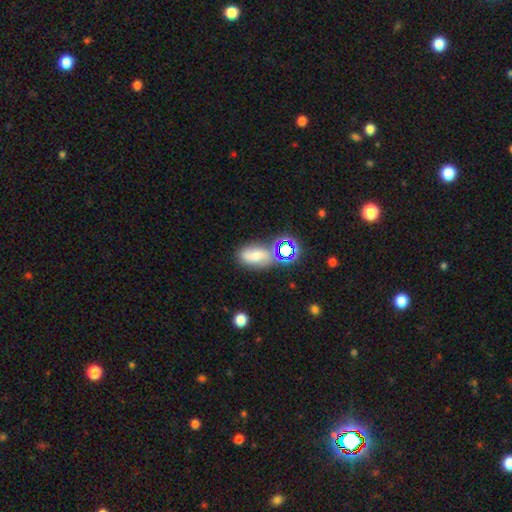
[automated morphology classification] Smooth or featured? Predicted: smooth (p=0.55). How rounded? Predicted: in between (p=0.80). Merging? Predicted: none (p=0.56).